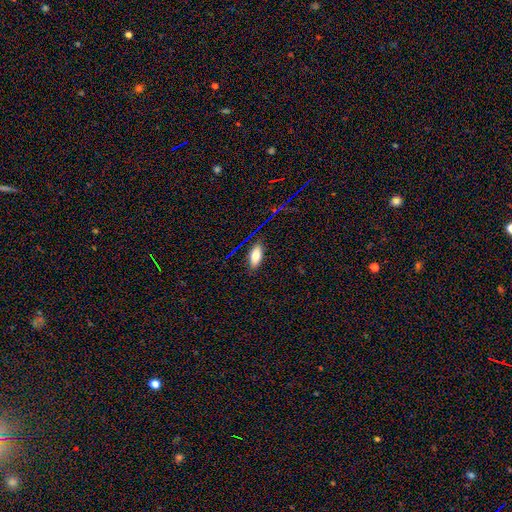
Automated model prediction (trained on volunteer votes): Overall: smooth (76%). How rounded: in between (84%). Merging: none (81%).